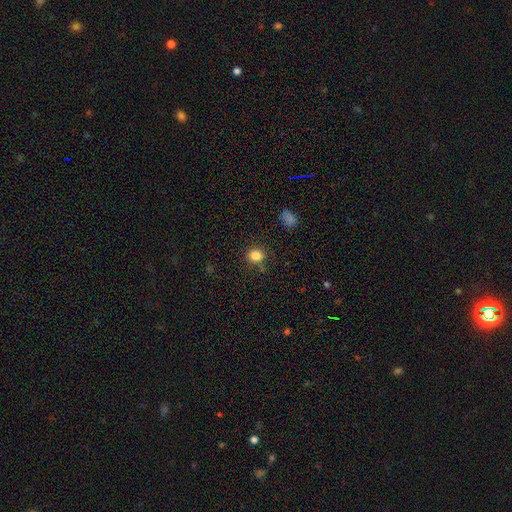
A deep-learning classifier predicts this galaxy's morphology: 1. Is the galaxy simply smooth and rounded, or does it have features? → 82% smooth, 12% star or artifact, 5% featured or disk.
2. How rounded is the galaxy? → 77% round, 22% in between, 1% cigar-shaped.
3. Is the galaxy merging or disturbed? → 83% none, 10% minor disturbance, 3% merger, 3% major disturbance.